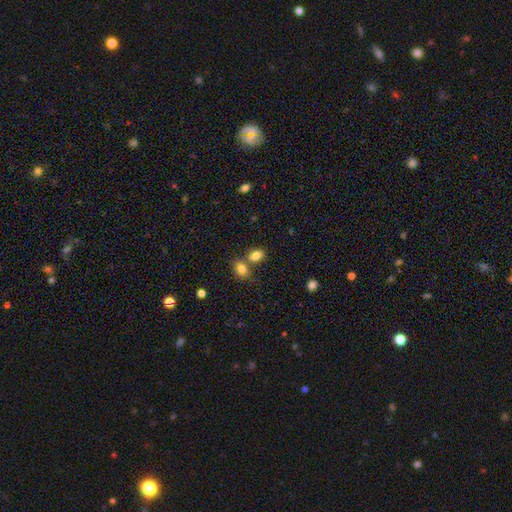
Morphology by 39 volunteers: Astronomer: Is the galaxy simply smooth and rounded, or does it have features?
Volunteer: smooth — 85%.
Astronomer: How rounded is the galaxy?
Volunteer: in between — 82%.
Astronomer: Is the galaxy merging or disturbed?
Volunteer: none — 50% (runner-up: merger, 33%).